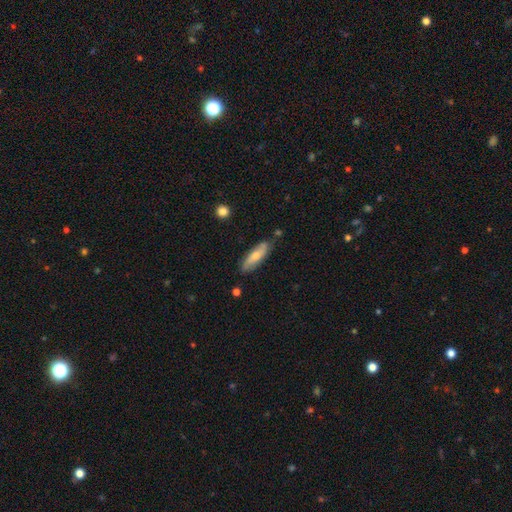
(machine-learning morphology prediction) smooth 59%, featured or disk 35%, star or artifact 6%. Down the decision tree: how rounded — cigar-shaped (50%); merging — none (78%).